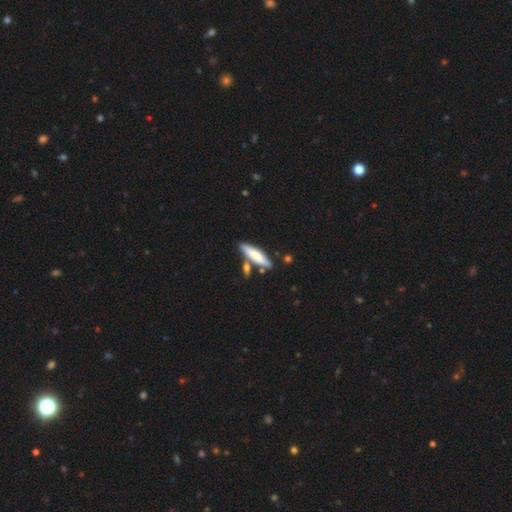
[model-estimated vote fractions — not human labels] This appears to be a smooth galaxy with no disk features (76%) that is cigar-shaped (74%). Merging: none (74%).